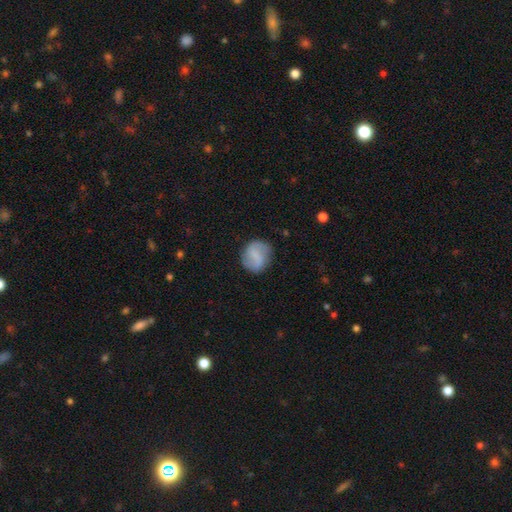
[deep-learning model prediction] A smooth galaxy with no disk features (52%) that is round (80%). Merging: none (79%).